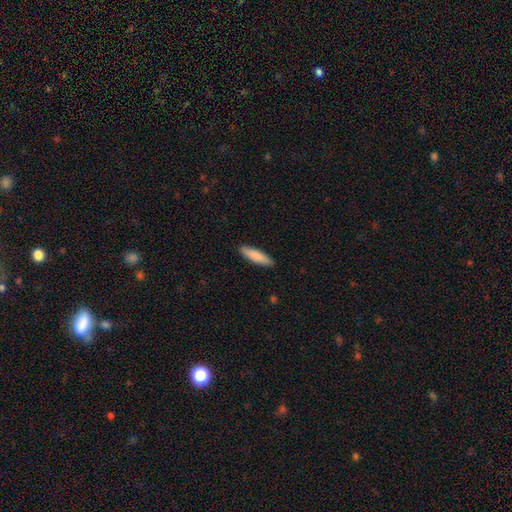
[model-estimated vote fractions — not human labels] A smooth galaxy with no disk features (83%) that is cigar-shaped (75%). Merging: none (90%).